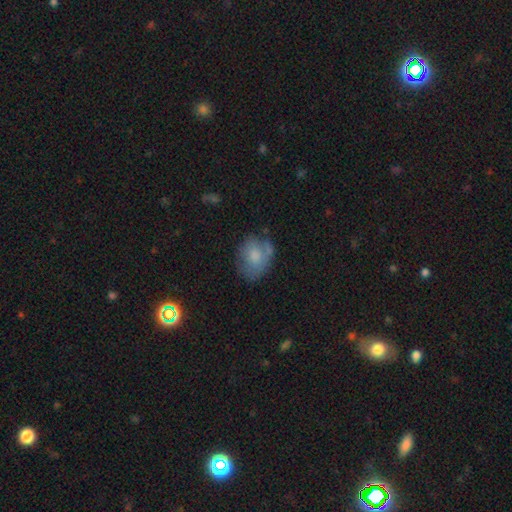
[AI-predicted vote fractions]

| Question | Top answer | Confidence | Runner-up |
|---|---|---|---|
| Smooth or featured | smooth | 68% | featured or disk (24%) |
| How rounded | in between | 59% | round (40%) |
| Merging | none | 52% | minor disturbance (29%) |